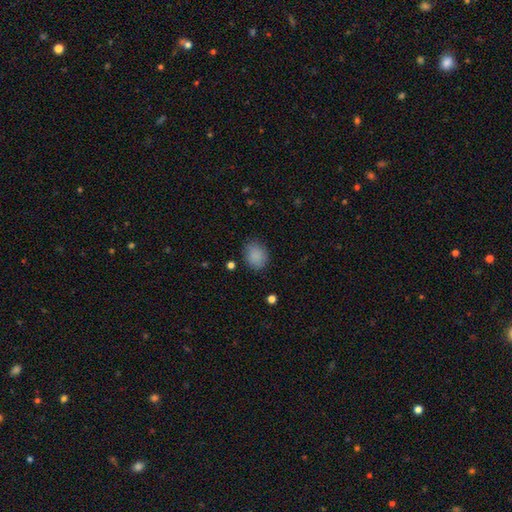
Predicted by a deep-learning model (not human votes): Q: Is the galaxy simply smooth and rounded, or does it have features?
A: smooth — 87%.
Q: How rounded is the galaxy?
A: round — 56%.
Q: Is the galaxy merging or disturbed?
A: none — 79%.